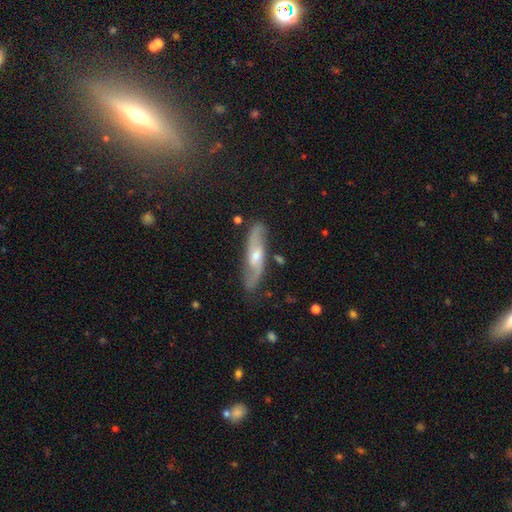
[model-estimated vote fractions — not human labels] A featured or disk galaxy (75%) with no bar (52%), 2 (88%) loose (46%) spiral arms (92%) and a small central bulge (47%, tied with moderate).

Vote fractions:
- Smooth or featured? featured or disk: 75% / smooth: 18% / star or artifact: 7%
- Edge-on disk? no: 77% / yes: 23%
- Bar? no: 52% / weak: 37% / strong: 11%
- Spiral arms? yes: 92% / no: 8%
- Spiral winding? loose: 46% / medium: 37% / tight: 16%
- Spiral arm count? 2: 88% / can't tell: 7% / 1: 2% / 3: 1% / 4: 1% / more than 4: 1%
- Bulge size? small: 47% (tied) / moderate: 47% (tied) / large: 2% / none: 2% / dominant: 1%
- Merging? none: 79% / minor disturbance: 15% / major disturbance: 4% / merger: 2%